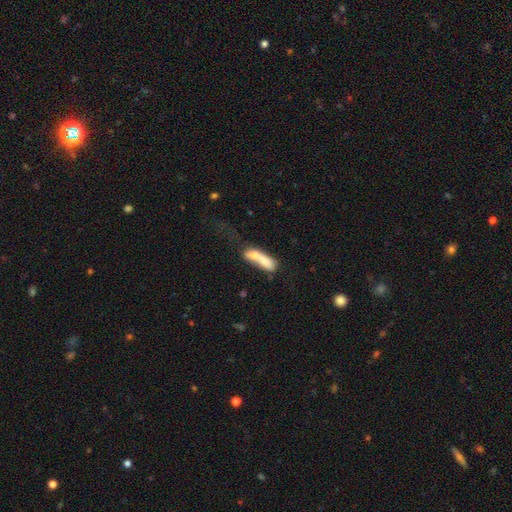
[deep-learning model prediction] Q: Smooth or featured?
A: smooth (67%); runner-up: featured or disk (25%)
Q: How rounded?
A: in between (52%); runner-up: cigar-shaped (44%)
Q: Merging?
A: merger (58%); runner-up: none (18%)